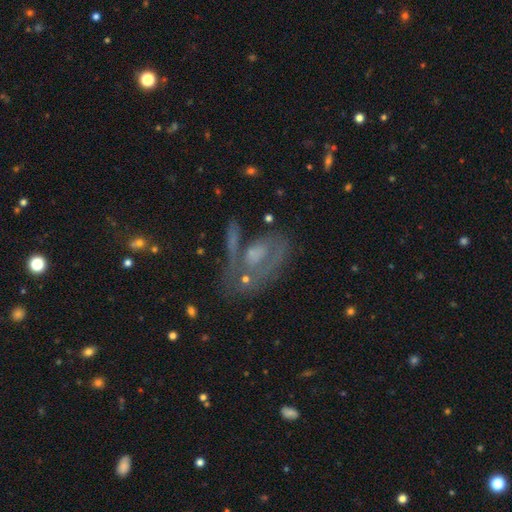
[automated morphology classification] Smooth or featured: featured or disk — 57% (smooth — 28%)
Edge-on disk: no — 92% (yes — 8%)
Bar: no — 75% (weak — 19%)
Spiral arms: no — 52% (yes — 48%)
Bulge size: moderate — 32% (small — 29%)
Merging: none — 47% (major disturbance — 20%)